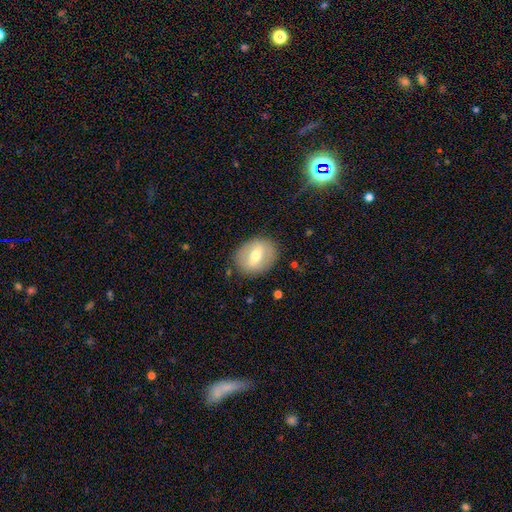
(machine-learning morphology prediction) type=smooth (51%); roundness=in between (53%); merging=none (83%).